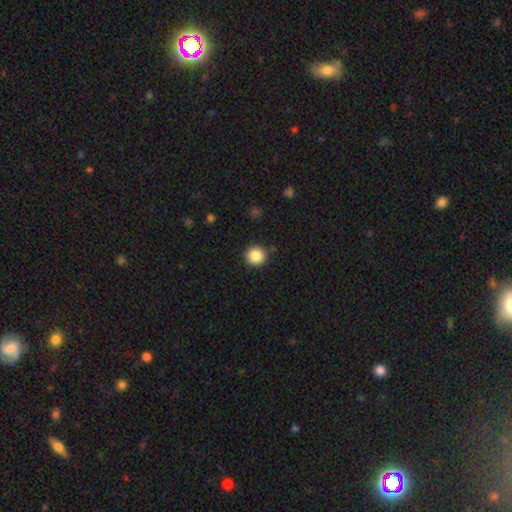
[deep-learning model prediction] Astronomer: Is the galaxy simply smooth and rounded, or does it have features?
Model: smooth — 86%.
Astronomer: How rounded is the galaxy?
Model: round — 94%.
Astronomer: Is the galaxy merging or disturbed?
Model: none — 91%.